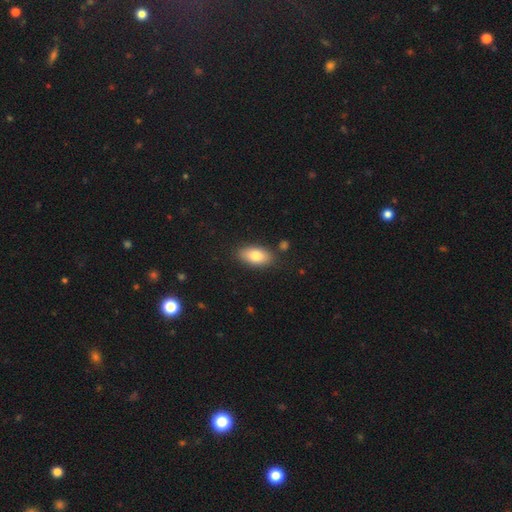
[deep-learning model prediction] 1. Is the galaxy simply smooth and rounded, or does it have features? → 81% smooth, 12% featured or disk, 7% star or artifact.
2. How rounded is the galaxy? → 91% in between, 4% round, 4% cigar-shaped.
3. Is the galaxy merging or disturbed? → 84% none, 11% minor disturbance, 3% merger, 3% major disturbance.